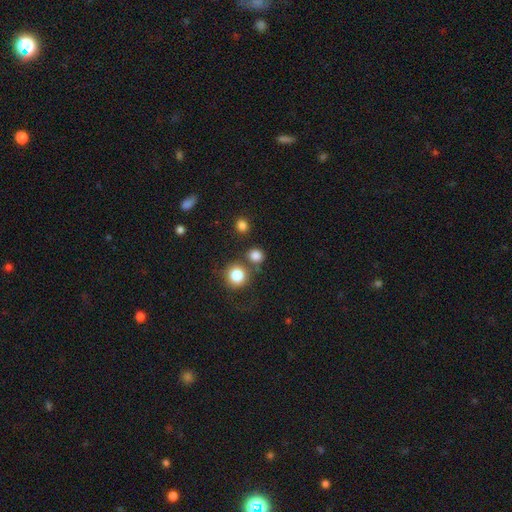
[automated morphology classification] This is clearly a smooth galaxy (81%). How rounded: clearly round (84%). Merging: likely none (73%).